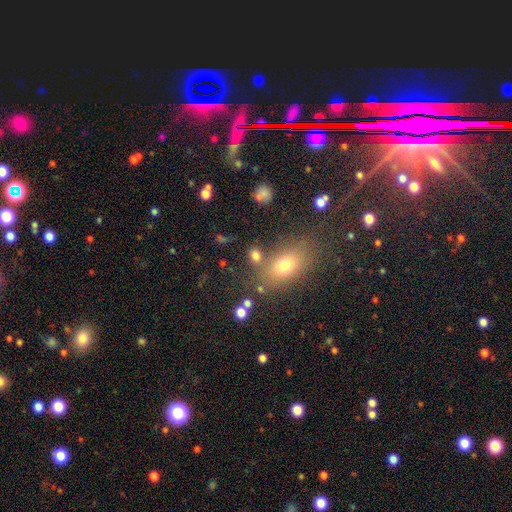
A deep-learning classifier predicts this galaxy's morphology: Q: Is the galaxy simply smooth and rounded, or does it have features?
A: smooth — 75%.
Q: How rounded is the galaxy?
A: in between — 56%.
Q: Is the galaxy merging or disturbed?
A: none — 62%.